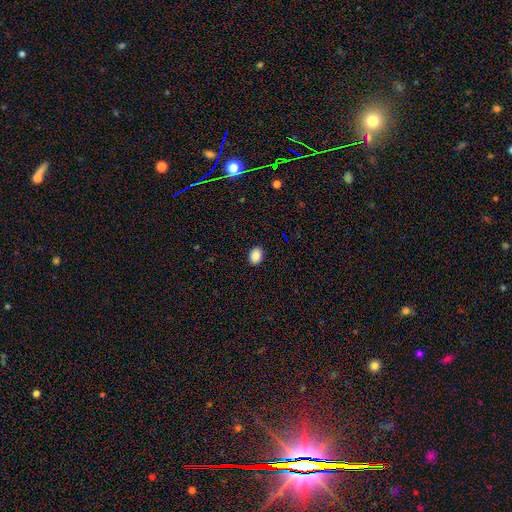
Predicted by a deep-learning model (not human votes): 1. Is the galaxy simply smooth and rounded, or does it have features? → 89% smooth, 9% star or artifact, 3% featured or disk.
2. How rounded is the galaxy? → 72% in between, 27% round, 1% cigar-shaped.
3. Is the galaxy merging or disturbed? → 90% none, 7% minor disturbance, 2% major disturbance, 1% merger.